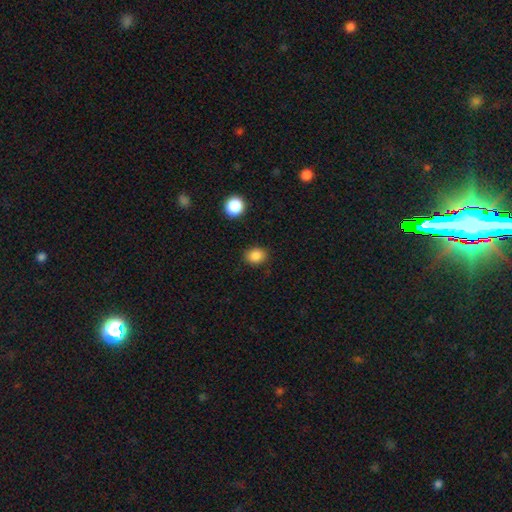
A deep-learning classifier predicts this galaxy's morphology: Smooth or featured? smooth (86%)
How rounded? round (57%)
Merging? none (86%)